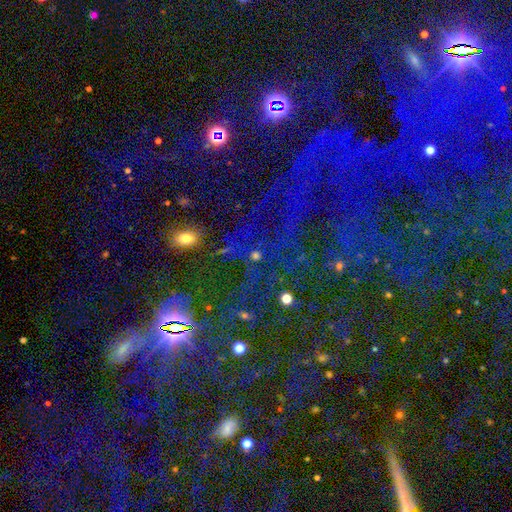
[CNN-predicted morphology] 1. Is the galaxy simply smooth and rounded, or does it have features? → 50% star or artifact, 39% smooth, 11% featured or disk.